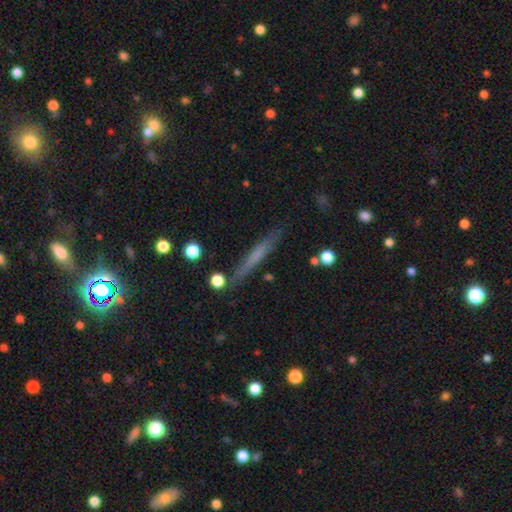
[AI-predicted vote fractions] smooth-or-featured: smooth: 52% | featured or disk: 38% | star or artifact: 10%
  how-rounded: cigar-shaped: 94% | in between: 4% | round: 2%
  merging: none: 85% | minor disturbance: 10% | major disturbance: 3% | merger: 2%